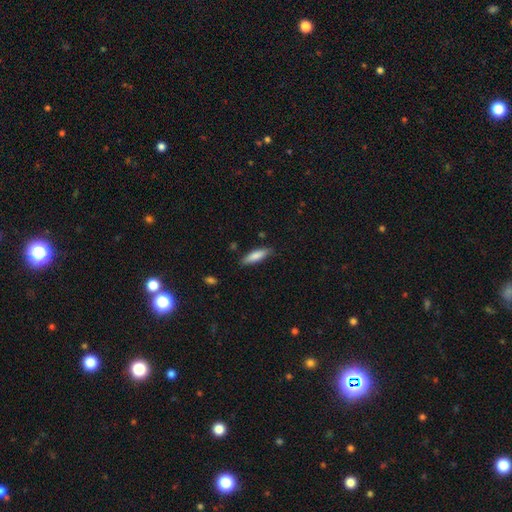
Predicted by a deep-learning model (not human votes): Morphology: type=smooth (80%); roundness=cigar-shaped (60%); merging=none (81%).